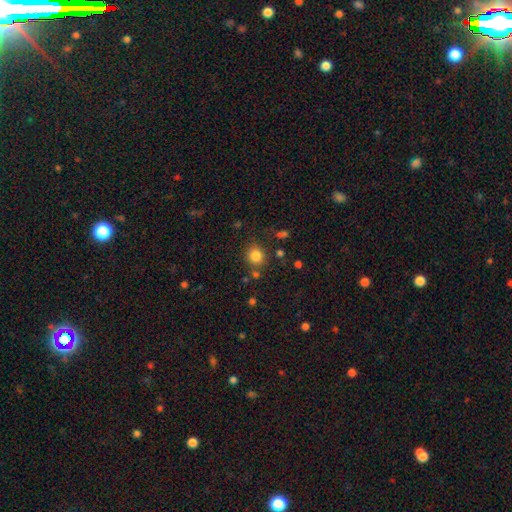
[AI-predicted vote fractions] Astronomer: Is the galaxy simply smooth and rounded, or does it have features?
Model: smooth — 82%.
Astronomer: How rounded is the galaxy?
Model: round — 85%.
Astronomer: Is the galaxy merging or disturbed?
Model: none — 80%.